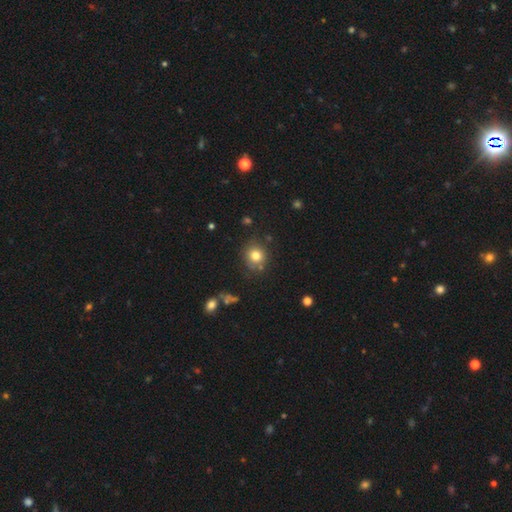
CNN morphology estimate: The model was most divided on "smooth or featured": smooth: 79%, star or artifact: 12%, featured or disk: 9%. More confident: how rounded — round (86%); merging — none (81%).